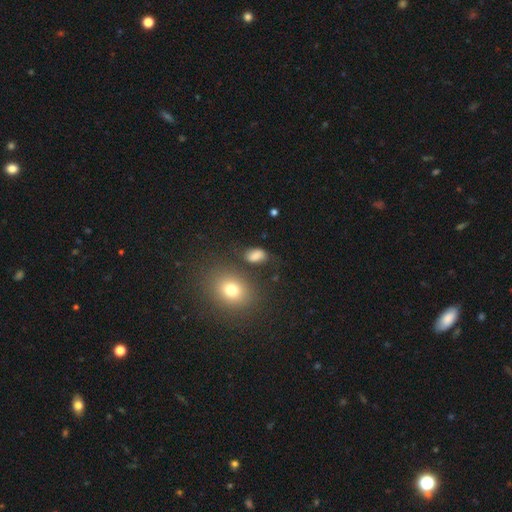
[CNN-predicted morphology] Smooth or featured? smooth (77%)
How rounded? in between (86%)
Merging? none (67%)